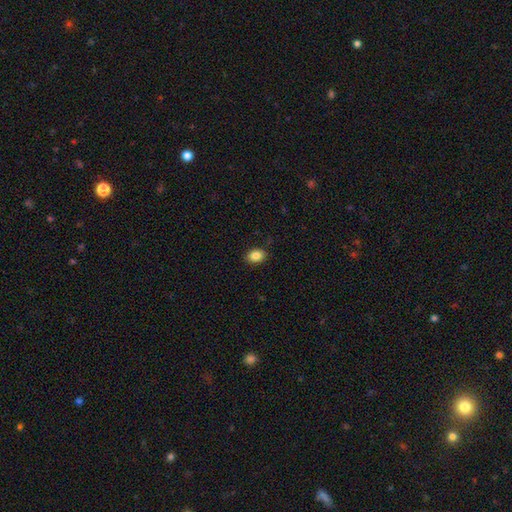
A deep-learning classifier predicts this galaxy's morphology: type=smooth (86%); roundness=in between (70%); merging=none (87%).